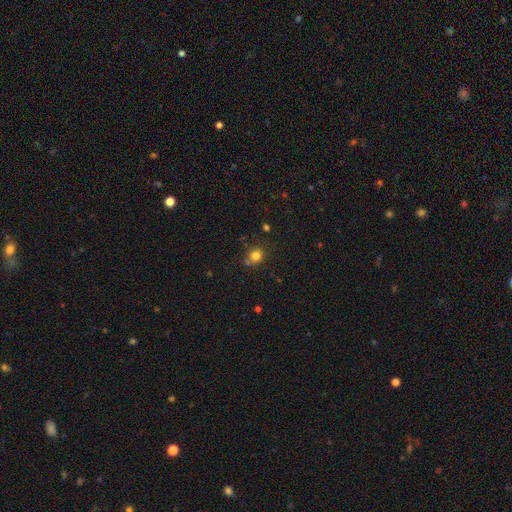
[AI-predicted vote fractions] smooth_or_featured: smooth (p=0.79) [alt: star or artifact p=0.14]
how_rounded: round (p=0.83) [alt: in between p=0.16]
merging: none (p=0.73) [alt: merger p=0.12]